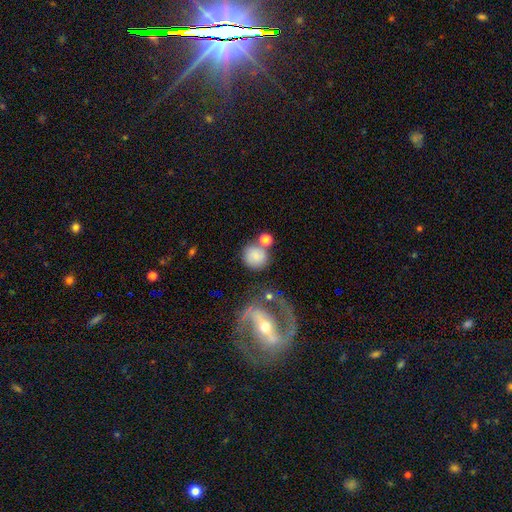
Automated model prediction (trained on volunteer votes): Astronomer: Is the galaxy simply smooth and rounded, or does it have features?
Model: smooth — 73%.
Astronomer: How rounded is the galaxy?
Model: round — 87%.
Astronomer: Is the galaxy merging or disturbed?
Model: none — 61%.